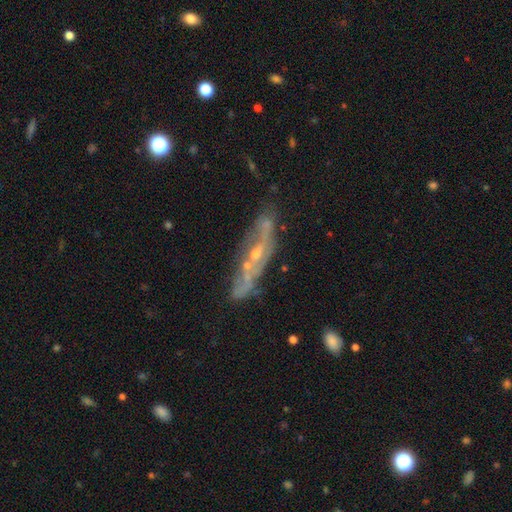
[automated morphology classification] A featured or disk galaxy (73%). Merging: none (63%).